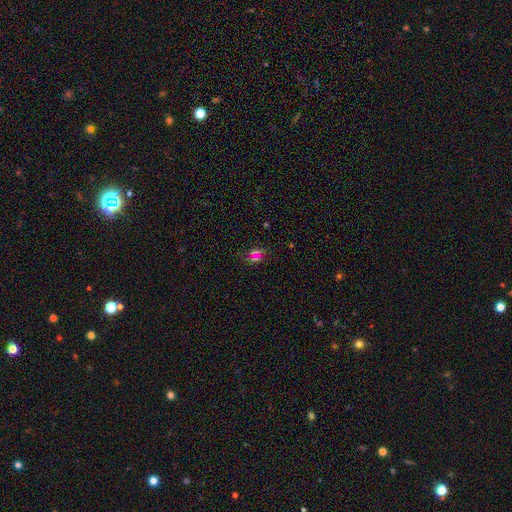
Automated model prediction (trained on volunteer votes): A star or artifact, not a galaxy (43%, tied with smooth).

Vote fractions:
- Smooth or featured? star or artifact: 43% (tied) / smooth: 43% (tied) / featured or disk: 14%